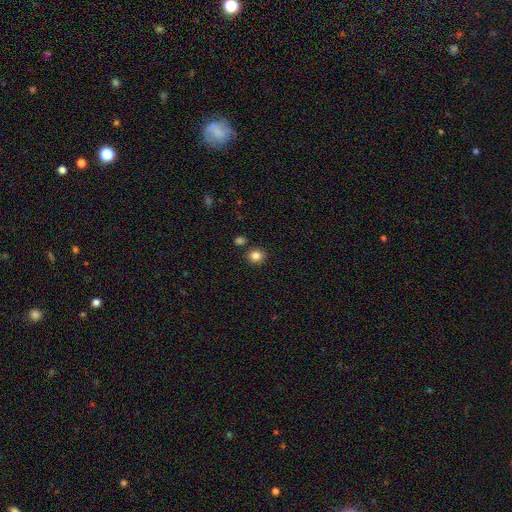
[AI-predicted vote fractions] Smooth or featured?
  - smooth: 84% *
  - star or artifact: 11%
  - featured or disk: 5%
How rounded?
  - round: 83% *
  - in between: 16%
  - cigar-shaped: 1%
Merging?
  - none: 84% *
  - minor disturbance: 8%
  - merger: 6%
  - major disturbance: 2%